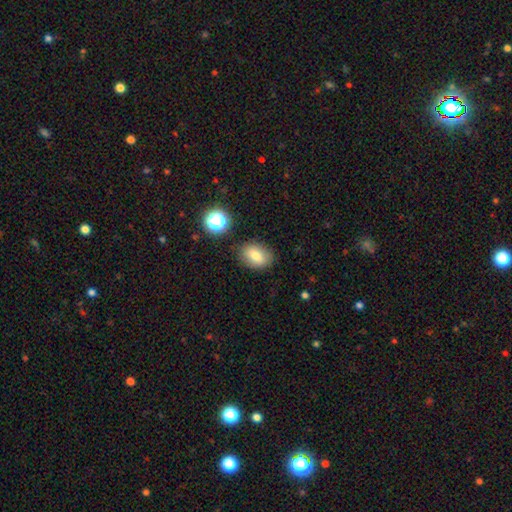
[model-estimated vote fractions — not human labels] smooth 75%, featured or disk 14%, star or artifact 11%. Down the decision tree: how rounded — in between (74%); merging — none (82%).